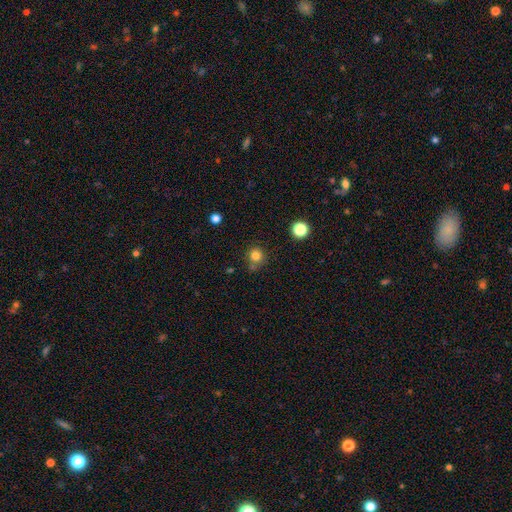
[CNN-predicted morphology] Smooth or featured?
  - smooth: 81% *
  - star or artifact: 13%
  - featured or disk: 6%
How rounded?
  - round: 90% *
  - in between: 9%
  - cigar-shaped: 1%
Merging?
  - none: 72% *
  - minor disturbance: 15%
  - merger: 10%
  - major disturbance: 4%